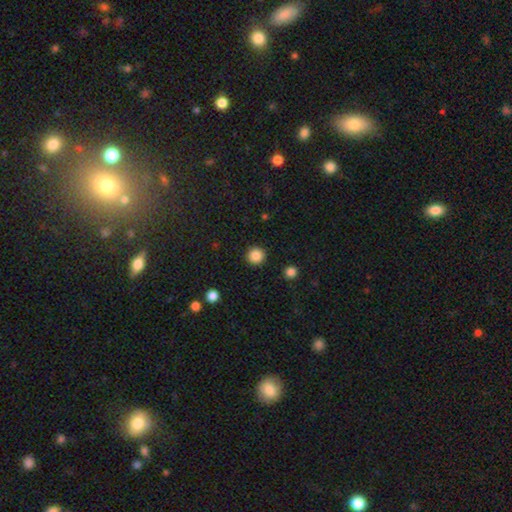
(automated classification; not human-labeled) Overall: smooth (86%). How rounded: round (95%). Merging: none (93%).